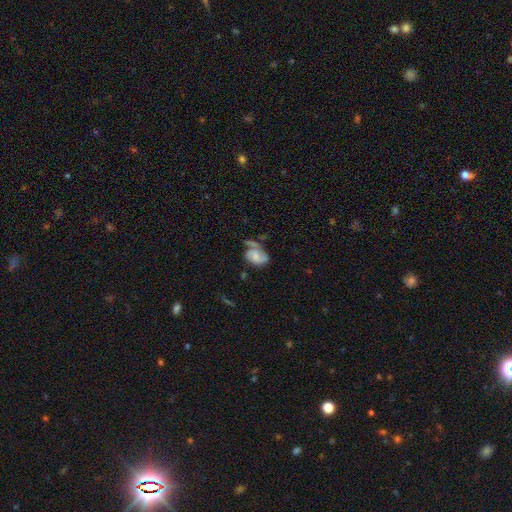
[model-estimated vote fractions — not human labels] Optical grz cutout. It shows a featured or disk galaxy (46%). Merging: none (33%).